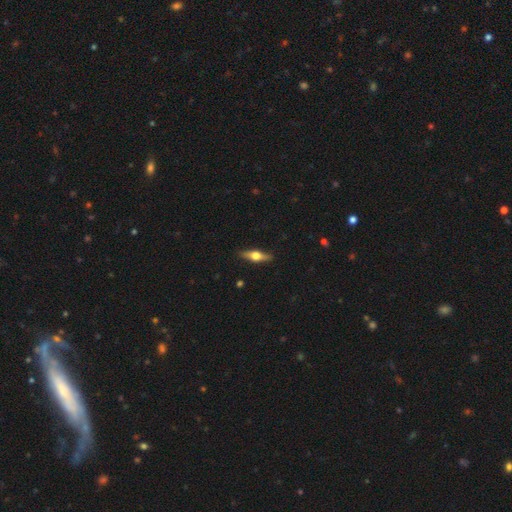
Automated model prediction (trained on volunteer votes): This is likely a featured or disk galaxy (62%). It is clearly viewed edge-on (95%). Edge-on bulge: clearly rounded (95%). Merging: clearly none (89%).